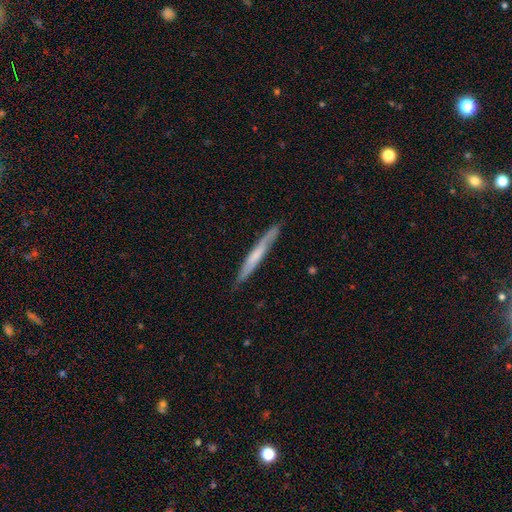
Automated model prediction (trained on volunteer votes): A smooth galaxy with no disk features (48%).

Vote fractions:
- Smooth or featured? smooth: 48% / featured or disk: 47% / star or artifact: 6%
- Merging? none: 85% / minor disturbance: 12% / major disturbance: 2% / merger: 1%